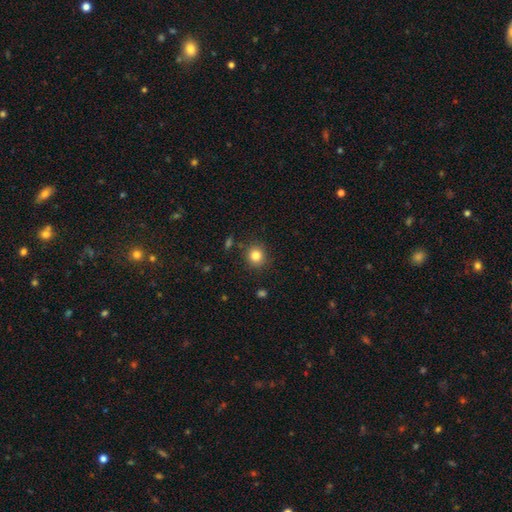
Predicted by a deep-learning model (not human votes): This appears to be a smooth galaxy with no disk features (83%) that is round (88%). Merging: none (87%).